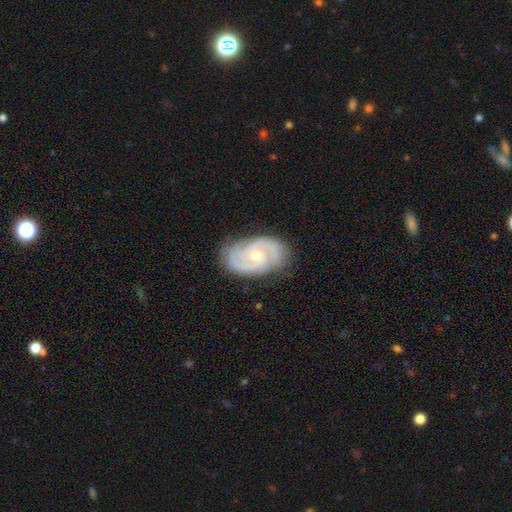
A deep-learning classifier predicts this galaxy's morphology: smooth_or_featured: featured or disk (p=0.88) [alt: smooth p=0.07]
disk_edge_on: no (p=0.97) [alt: yes p=0.03]
bar: no (p=0.55) [alt: weak p=0.38]
has_spiral_arms: yes (p=0.98) [alt: no p=0.02]
spiral_winding: tight (p=0.57) [alt: medium p=0.37]
spiral_arm_count: 2 (p=0.76) [alt: 3 p=0.11]
bulge_size: small (p=0.53) [alt: moderate p=0.43]
merging: none (p=0.81) [alt: minor disturbance p=0.14]